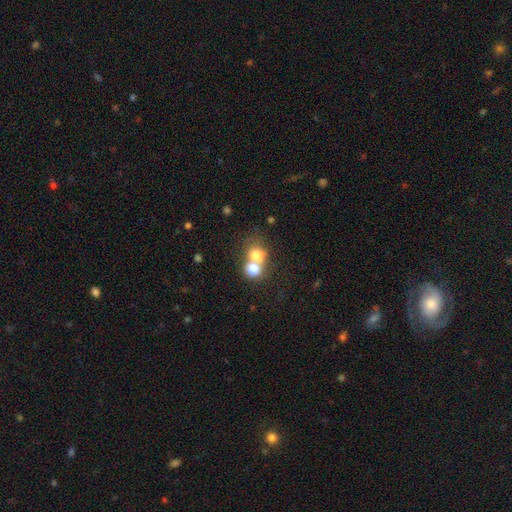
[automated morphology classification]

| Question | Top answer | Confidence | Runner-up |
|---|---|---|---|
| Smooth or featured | smooth | 73% | featured or disk (16%) |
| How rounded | round | 73% | in between (26%) |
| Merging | merger | 63% | none (28%) |